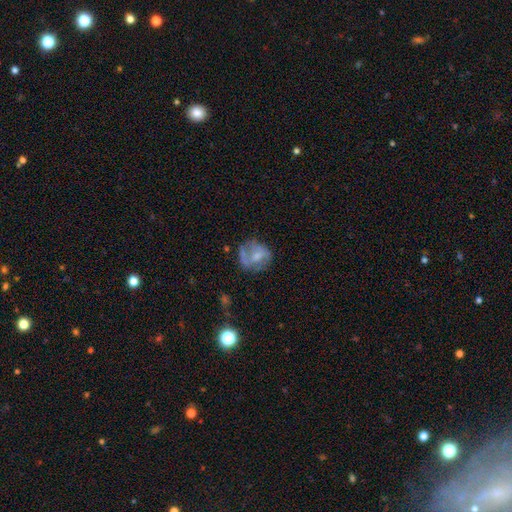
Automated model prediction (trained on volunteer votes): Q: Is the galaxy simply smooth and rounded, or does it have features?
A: featured or disk — 50%.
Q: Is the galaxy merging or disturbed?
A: none — 52%.